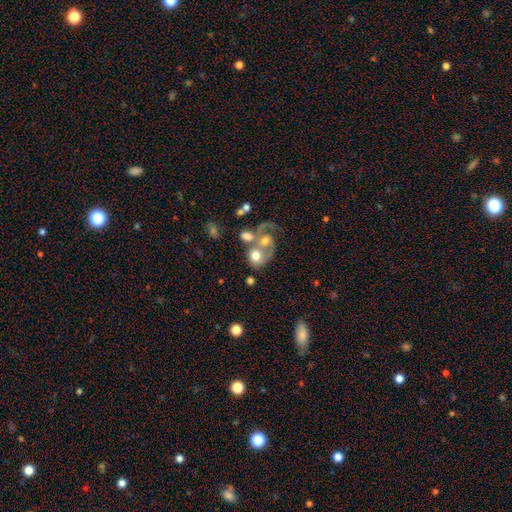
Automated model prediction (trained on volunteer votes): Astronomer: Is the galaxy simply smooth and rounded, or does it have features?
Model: smooth — 52% (runner-up: featured or disk, 39%).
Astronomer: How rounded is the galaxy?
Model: round — 61% (runner-up: in between, 38%).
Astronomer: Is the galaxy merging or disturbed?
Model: merger — 62%.